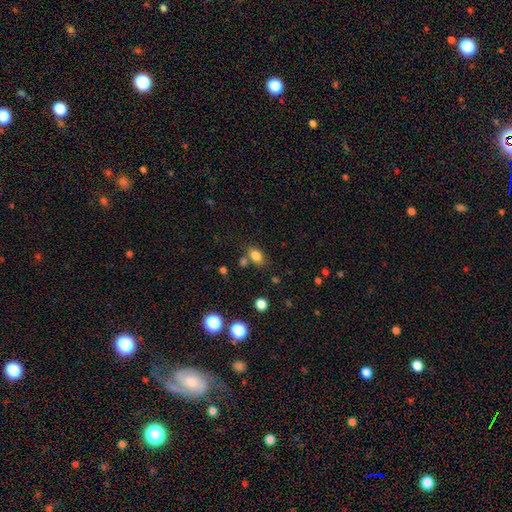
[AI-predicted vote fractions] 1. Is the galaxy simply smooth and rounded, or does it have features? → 81% smooth, 13% star or artifact, 6% featured or disk.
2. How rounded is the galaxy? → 69% in between, 29% round, 2% cigar-shaped.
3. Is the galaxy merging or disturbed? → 65% none, 15% merger, 15% minor disturbance, 5% major disturbance.